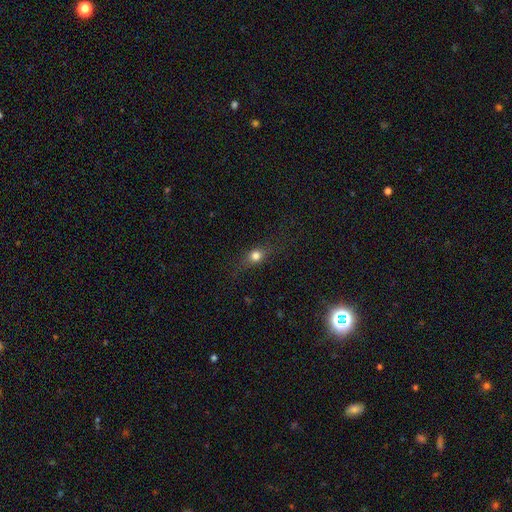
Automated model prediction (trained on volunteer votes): smooth_or_featured: smooth (p=0.67) [alt: featured or disk p=0.18]
how_rounded: round (p=0.46) [alt: in between p=0.40]
merging: none (p=0.78) [alt: minor disturbance p=0.14]